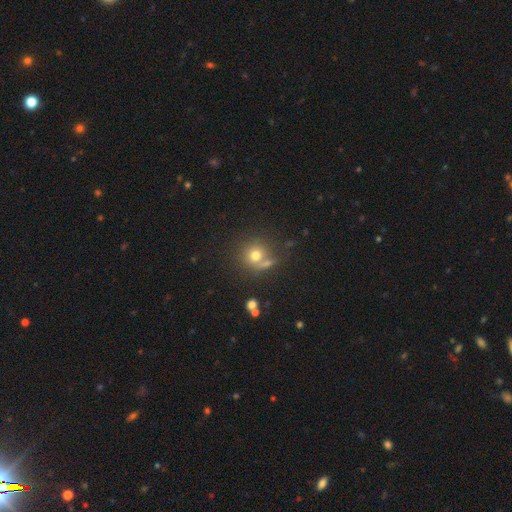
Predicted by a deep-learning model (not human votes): smooth 72%, star or artifact 16%, featured or disk 13%. Down the decision tree: how rounded — round (90%); merging — none (64%).